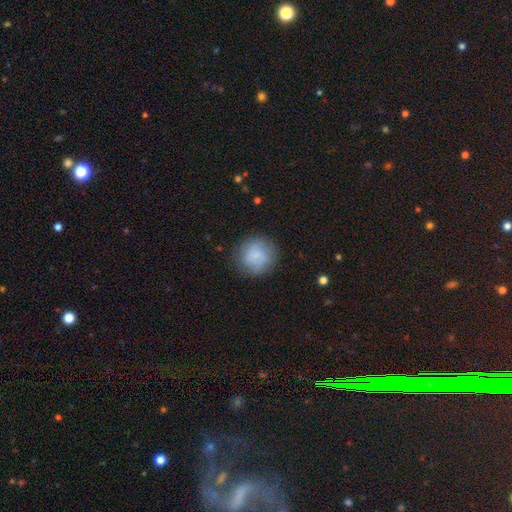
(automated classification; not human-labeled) Q: Smooth or featured?
A: smooth (64%); runner-up: featured or disk (28%)
Q: How rounded?
A: round (90%); runner-up: in between (9%)
Q: Merging?
A: none (77%); runner-up: minor disturbance (14%)